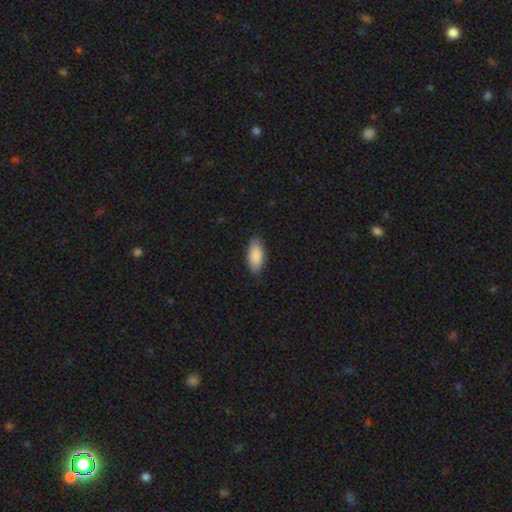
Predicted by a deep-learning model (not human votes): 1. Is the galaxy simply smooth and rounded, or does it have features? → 88% smooth, 7% featured or disk, 6% star or artifact.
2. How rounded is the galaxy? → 88% in between, 10% cigar-shaped, 2% round.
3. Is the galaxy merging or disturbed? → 84% none, 13% minor disturbance, 2% major disturbance, 1% merger.